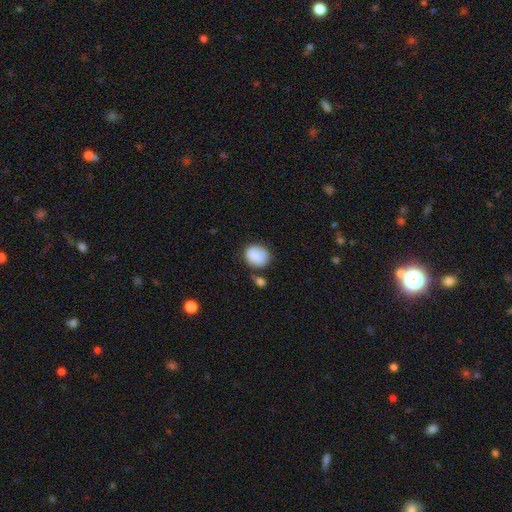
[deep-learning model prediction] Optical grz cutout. It shows a smooth galaxy with no disk features (86%) that is round (69%). Merging: none (63%).